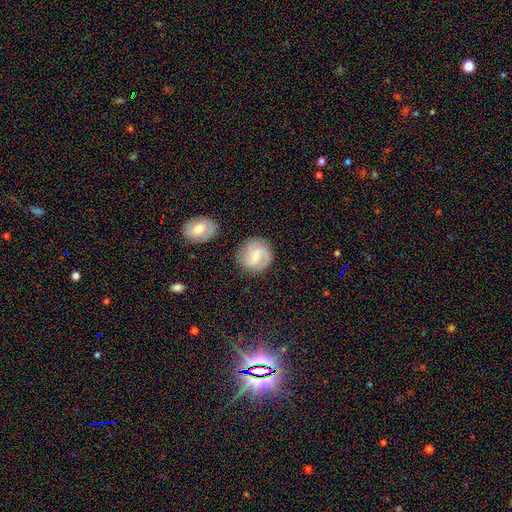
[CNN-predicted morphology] smooth_or_featured: featured or disk (p=0.66) [alt: smooth p=0.27]
disk_edge_on: no (p=0.97) [alt: yes p=0.03]
bar: weak (p=0.54) [alt: no p=0.33]
has_spiral_arms: yes (p=0.92) [alt: no p=0.08]
spiral_winding: medium (p=0.46) [alt: tight p=0.31]
spiral_arm_count: 2 (p=0.70) [alt: can't tell p=0.12]
bulge_size: small (p=0.55) [alt: moderate p=0.41]
merging: none (p=0.80) [alt: minor disturbance p=0.12]